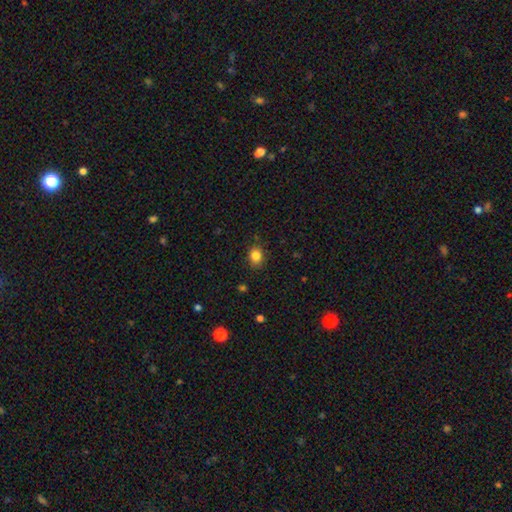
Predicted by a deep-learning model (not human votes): A smooth galaxy with no disk features (84%) that is in between round and cigar-shaped (50%). Merging: none (85%).